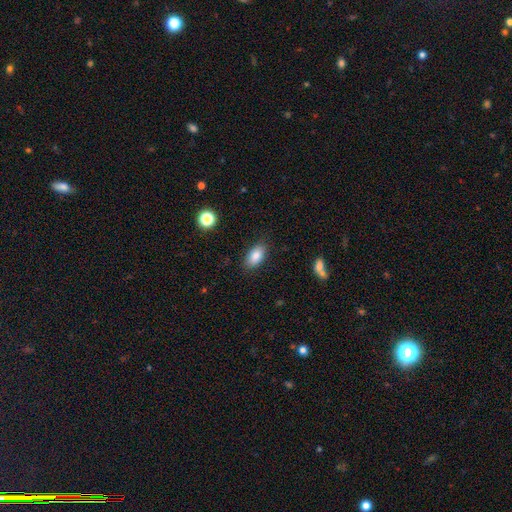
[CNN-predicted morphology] The model was most divided on "merging": none: 85%, minor disturbance: 11%, major disturbance: 3%, merger: 1%. More confident: how rounded — in between (92%); smooth or featured — smooth (85%).